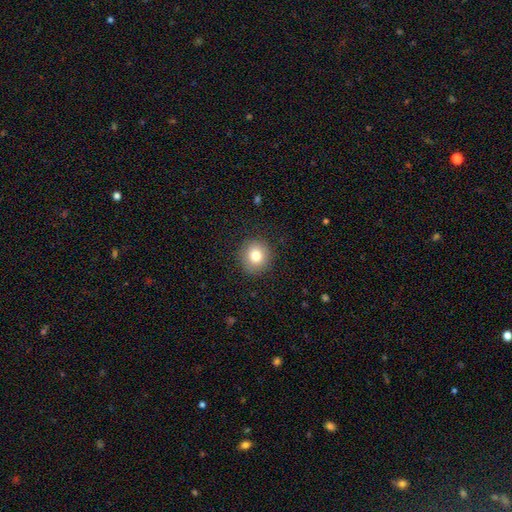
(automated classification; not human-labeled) This is clearly a smooth galaxy (81%). How rounded: clearly round (90%). Merging: clearly none (89%).